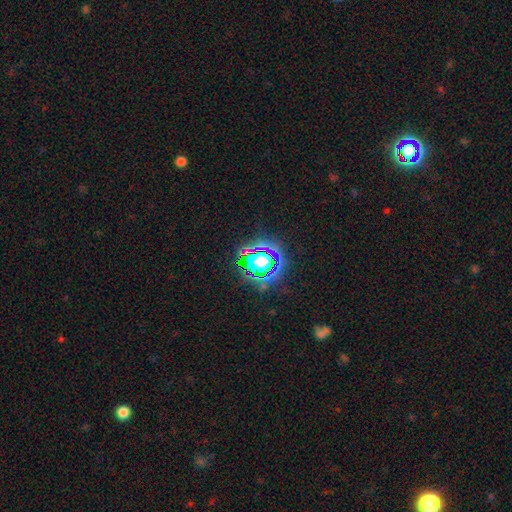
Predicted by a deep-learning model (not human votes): This is likely a star or artifact rather than a galaxy (75%).